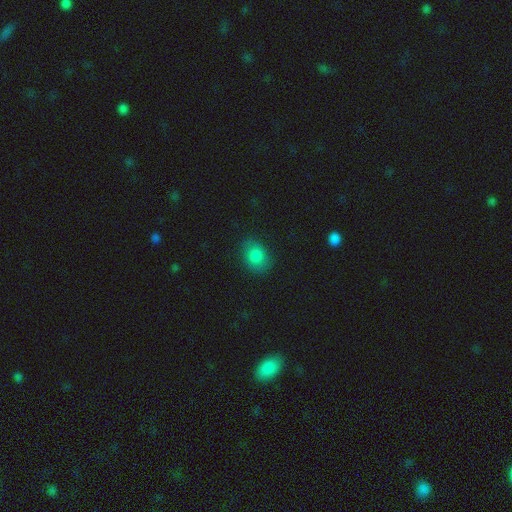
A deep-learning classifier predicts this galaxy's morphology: smooth-or-featured: smooth: 81% | star or artifact: 11% | featured or disk: 8%
  how-rounded: in between: 63% | round: 35% | cigar-shaped: 1%
  merging: none: 80% | minor disturbance: 15% | major disturbance: 4% | merger: 1%